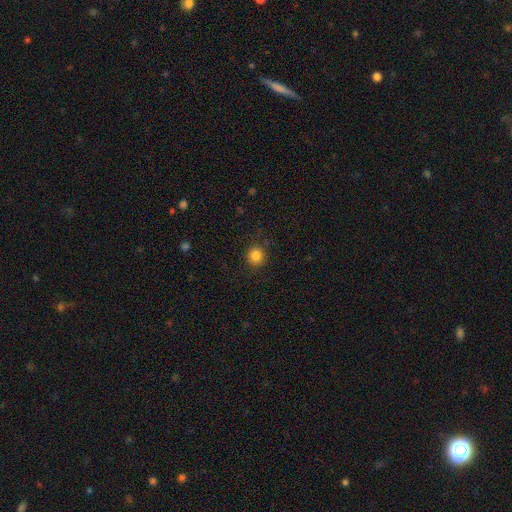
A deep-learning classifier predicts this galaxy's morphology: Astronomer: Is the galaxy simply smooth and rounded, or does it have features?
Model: smooth — 84%.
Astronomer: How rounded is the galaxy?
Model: round — 90%.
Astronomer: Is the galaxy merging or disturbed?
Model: none — 87%.